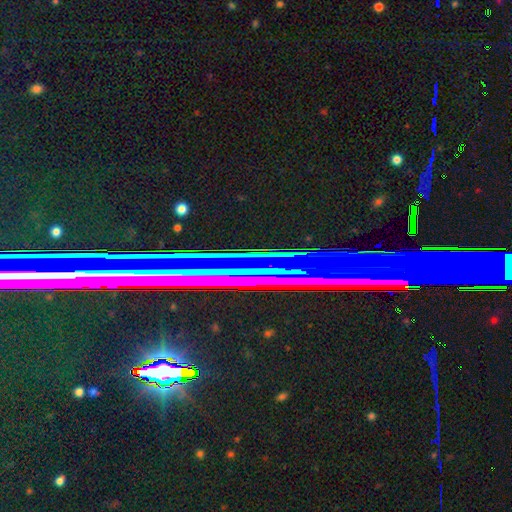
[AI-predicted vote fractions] star or artifact 76%, featured or disk 14%, smooth 10%.